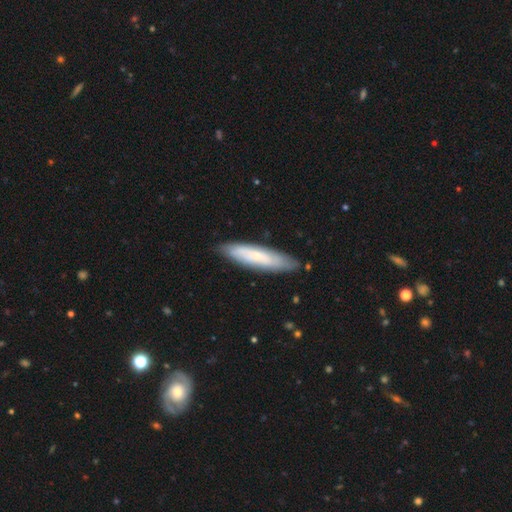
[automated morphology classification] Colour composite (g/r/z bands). It shows a smooth galaxy with no disk features (57%) that is cigar-shaped (79%). Merging: none (86%).